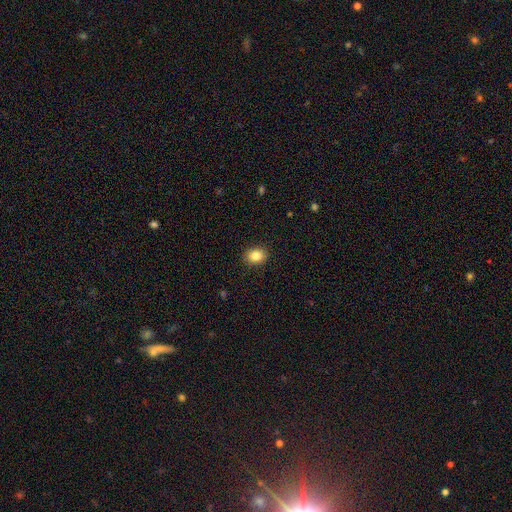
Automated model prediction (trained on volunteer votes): This is clearly a smooth galaxy (86%). How rounded: possibly in between (59%). Merging: clearly none (90%).